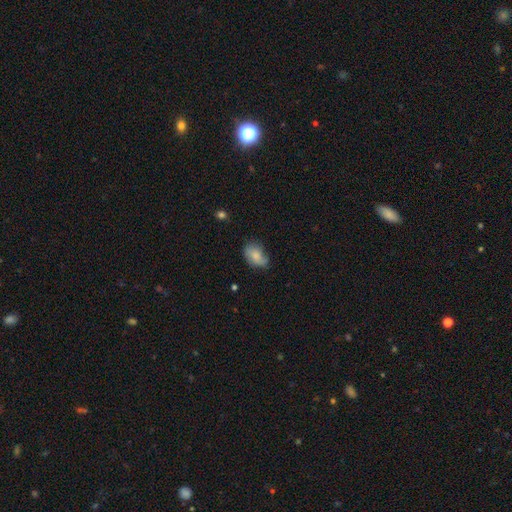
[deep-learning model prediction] smooth_or_featured: smooth (p=0.75) [alt: featured or disk p=0.17]
how_rounded: in between (p=0.87) [alt: round p=0.12]
merging: none (p=0.55) [alt: minor disturbance p=0.34]